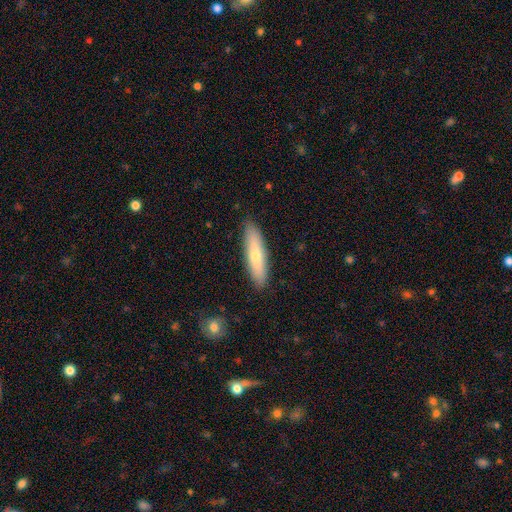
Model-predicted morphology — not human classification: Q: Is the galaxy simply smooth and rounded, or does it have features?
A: smooth — 63%.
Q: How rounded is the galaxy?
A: cigar-shaped — 72%.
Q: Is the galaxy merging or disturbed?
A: none — 88%.